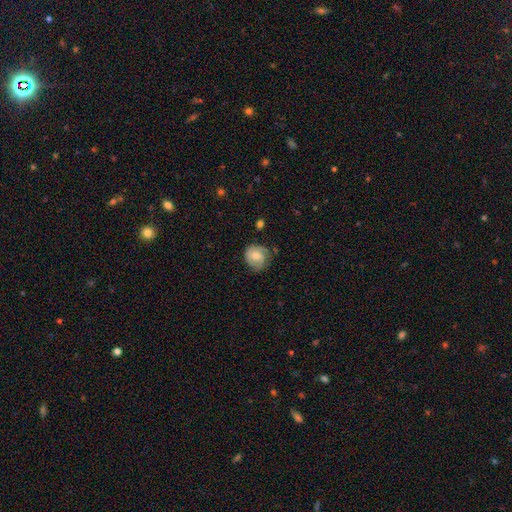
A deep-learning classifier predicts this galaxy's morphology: smooth-or-featured: featured or disk: 49% | smooth: 43% | star or artifact: 7%
  merging: none: 63% | minor disturbance: 26% | major disturbance: 9% | merger: 2%